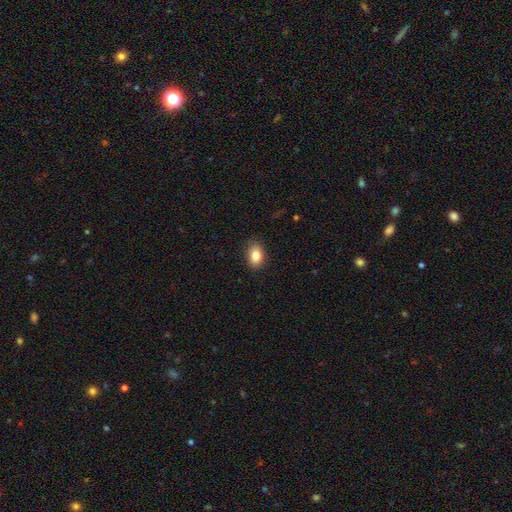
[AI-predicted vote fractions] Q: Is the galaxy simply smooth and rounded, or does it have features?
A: smooth — 85%.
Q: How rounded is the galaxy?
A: in between — 81%.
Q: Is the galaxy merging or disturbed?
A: none — 86%.